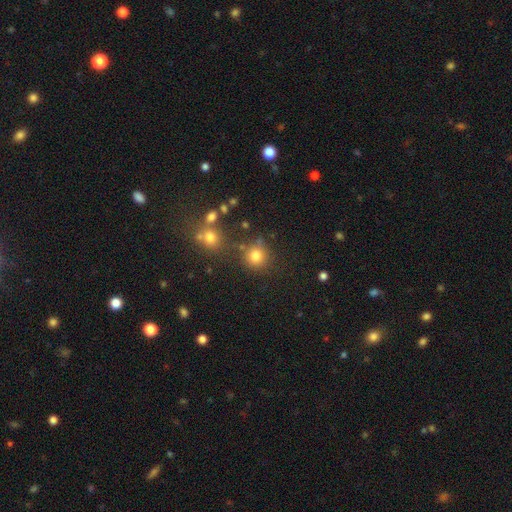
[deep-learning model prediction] A smooth galaxy with no disk features (79%) that is round (91%). Merging: none (75%).